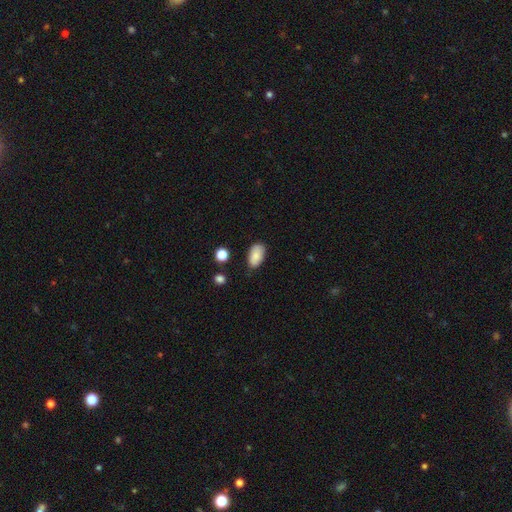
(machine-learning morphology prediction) Smooth or featured: smooth — 86% (star or artifact — 8%)
How rounded: in between — 93% (round — 5%)
Merging: none — 77% (minor disturbance — 18%)